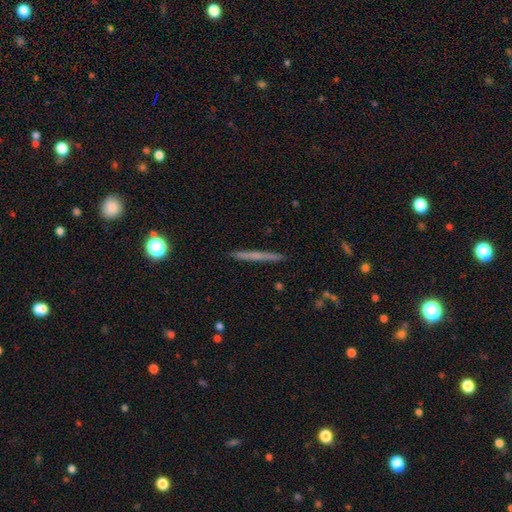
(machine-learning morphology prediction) Q: Smooth or featured?
A: featured or disk (48%); runner-up: smooth (44%)
Q: Merging?
A: none (92%); runner-up: minor disturbance (6%)